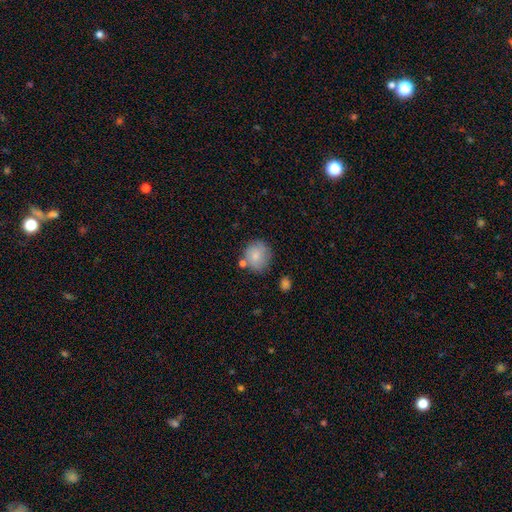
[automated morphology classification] A smooth galaxy with no disk features (80%) that is round (82%). Merging: none (69%).